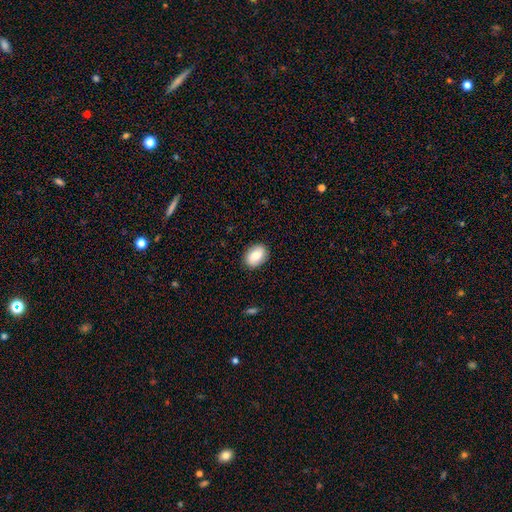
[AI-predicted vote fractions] The model was most divided on "how rounded": in between: 80%, round: 19%, cigar-shaped: 1%. More confident: merging — none (87%); smooth or featured — smooth (77%).